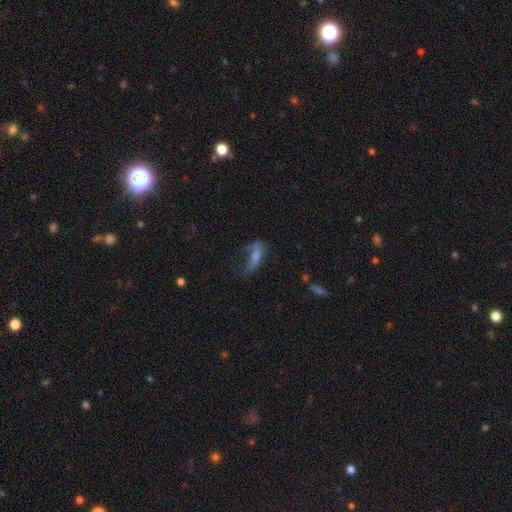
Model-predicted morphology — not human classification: Smooth or featured? Predicted: smooth (p=0.47). Merging? Predicted: major disturbance (p=0.35).